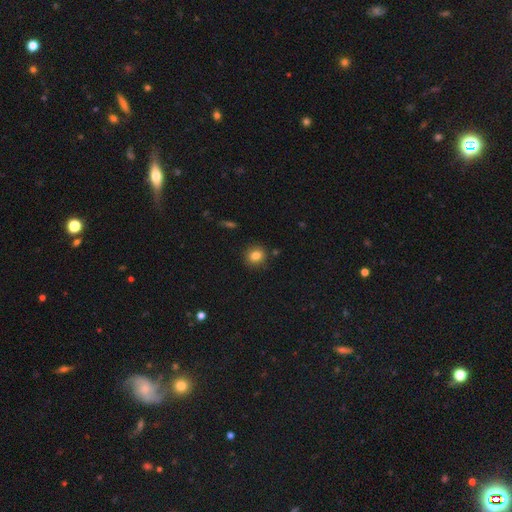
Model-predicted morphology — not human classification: A smooth galaxy with no disk features (83%) that is round (83%). Merging: none (88%).